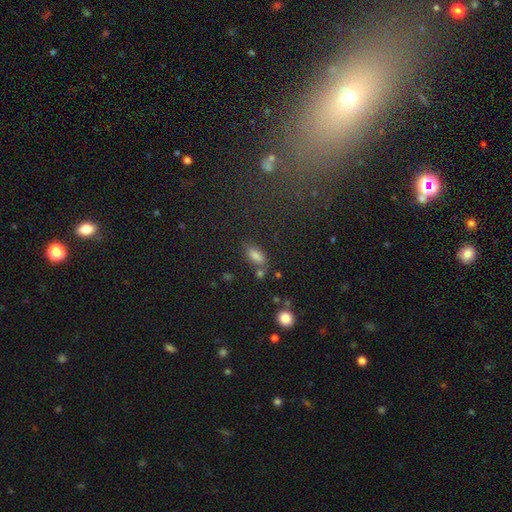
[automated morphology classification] Smooth or featured? smooth (80%)
How rounded? in between (86%)
Merging? none (66%)